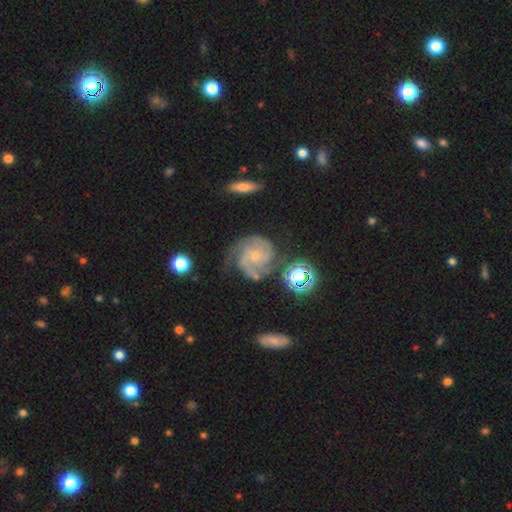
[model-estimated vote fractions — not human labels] Smooth or featured: featured or disk — 86% (star or artifact — 7%)
Edge-on disk: no — 98% (yes — 2%)
Bar: no — 70% (weak — 24%)
Spiral arms: yes — 98% (no — 2%)
Spiral winding: tight — 53% (medium — 39%)
Spiral arm count: 2 — 42% (3 — 32%)
Bulge size: small — 73% (moderate — 21%)
Merging: none — 64% (minor disturbance — 21%)